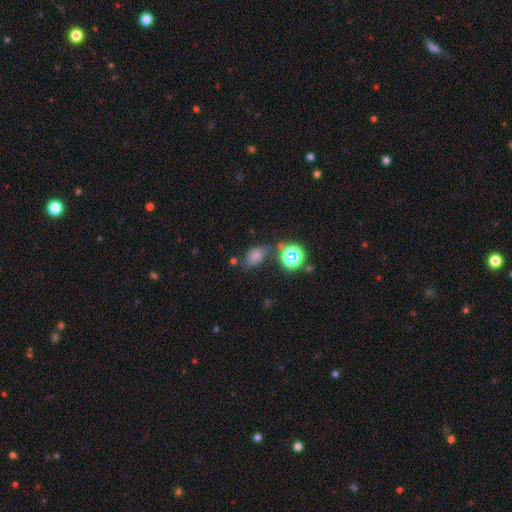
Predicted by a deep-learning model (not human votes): Morphology: type=smooth (69%); roundness=in between (79%); merging=none (58%).